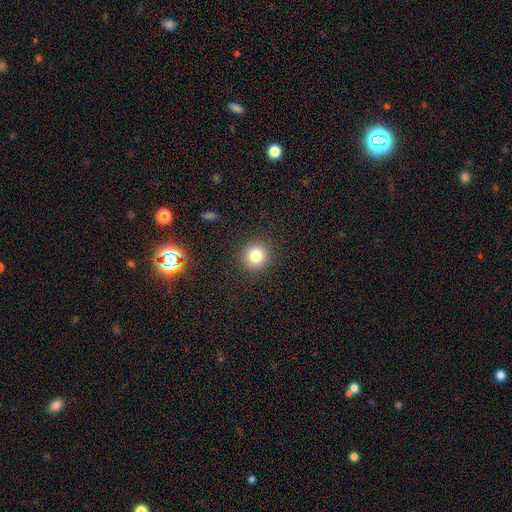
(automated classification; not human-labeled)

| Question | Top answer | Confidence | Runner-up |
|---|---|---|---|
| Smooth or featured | smooth | 81% | star or artifact (12%) |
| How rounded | round | 92% | in between (7%) |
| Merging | none | 90% | minor disturbance (7%) |